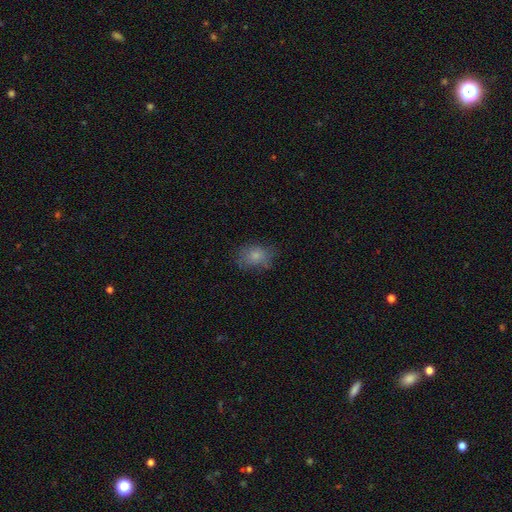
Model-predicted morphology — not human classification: A smooth galaxy with no disk features (78%) that is in between round and cigar-shaped (73%). Merging: none (63%).